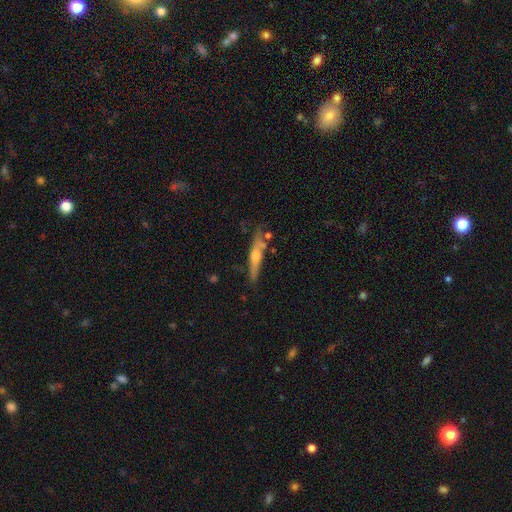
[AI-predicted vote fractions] This appears to be a featured or disk galaxy (64%) viewed edge-on (92%) with a rounded central bulge (86%). Merging: none (67%).